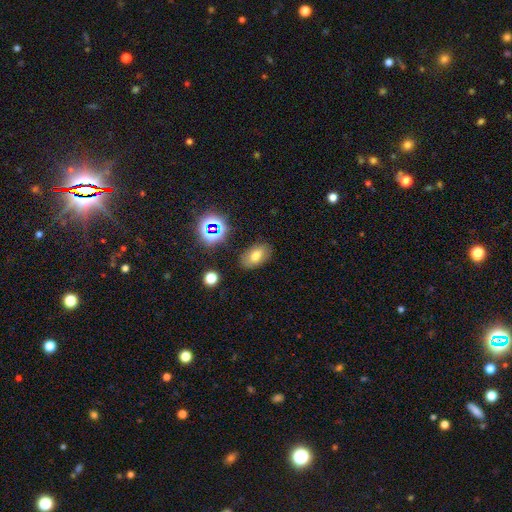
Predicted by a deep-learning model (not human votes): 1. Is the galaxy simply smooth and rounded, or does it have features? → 69% smooth, 16% star or artifact, 15% featured or disk.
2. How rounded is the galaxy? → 88% in between, 10% round, 2% cigar-shaped.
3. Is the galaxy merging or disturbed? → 82% none, 12% minor disturbance, 4% major disturbance, 2% merger.